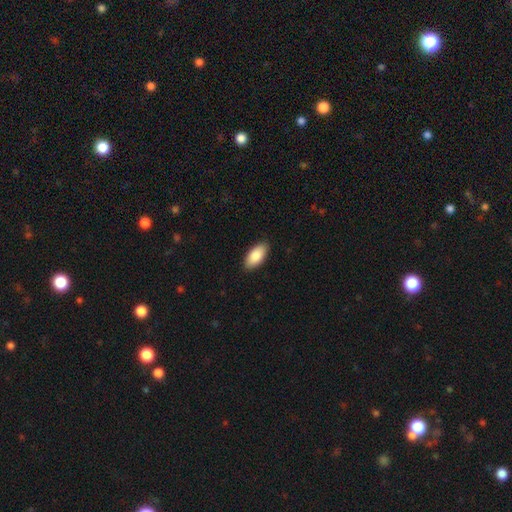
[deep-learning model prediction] smooth-or-featured: smooth: 86% | featured or disk: 8% | star or artifact: 6%
  how-rounded: in between: 93% | cigar-shaped: 5% | round: 2%
  merging: none: 89% | minor disturbance: 8% | major disturbance: 2% | merger: 1%